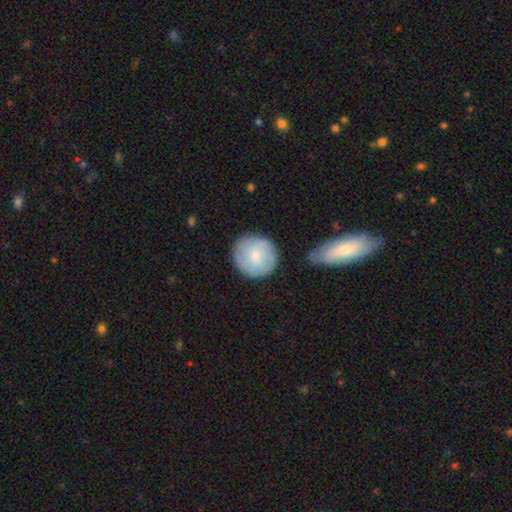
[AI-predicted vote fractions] Morphology: type=smooth (63%); roundness=round (92%); merging=none (78%).